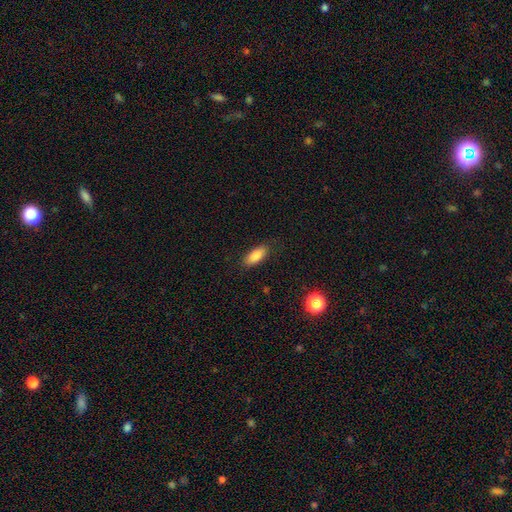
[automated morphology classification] type=smooth (87%); roundness=in between (82%); merging=none (86%).